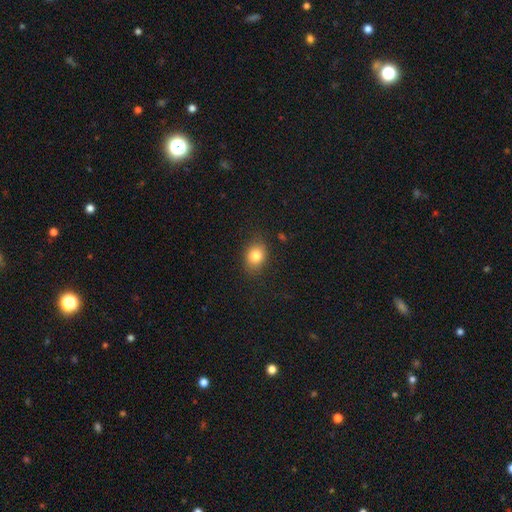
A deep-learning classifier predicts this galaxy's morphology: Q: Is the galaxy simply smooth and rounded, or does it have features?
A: smooth — 81%.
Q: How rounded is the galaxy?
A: in between — 57%.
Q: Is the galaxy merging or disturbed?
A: none — 83%.